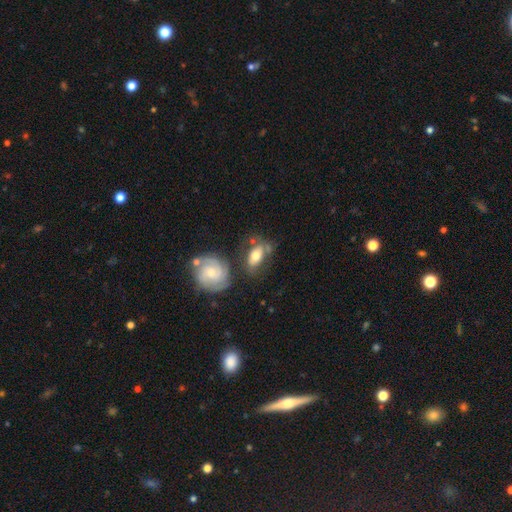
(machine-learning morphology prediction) This is possibly a smooth galaxy (52%). How rounded: clearly in between (85%). Merging: possibly none (51%).